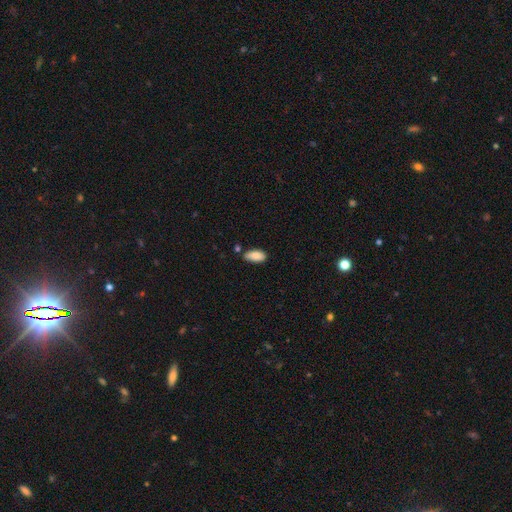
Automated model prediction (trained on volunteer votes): Q: Smooth or featured?
A: smooth (89%); runner-up: star or artifact (7%)
Q: How rounded?
A: in between (91%); runner-up: cigar-shaped (7%)
Q: Merging?
A: none (75%); runner-up: minor disturbance (16%)